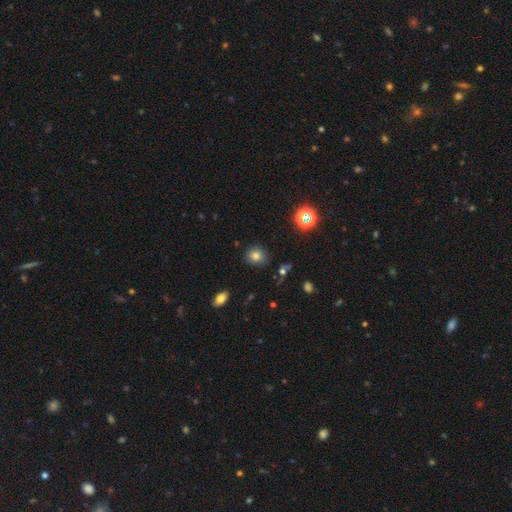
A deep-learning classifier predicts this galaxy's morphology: smooth 77%, star or artifact 15%, featured or disk 8%. Down the decision tree: how rounded — round (80%); merging — none (87%).